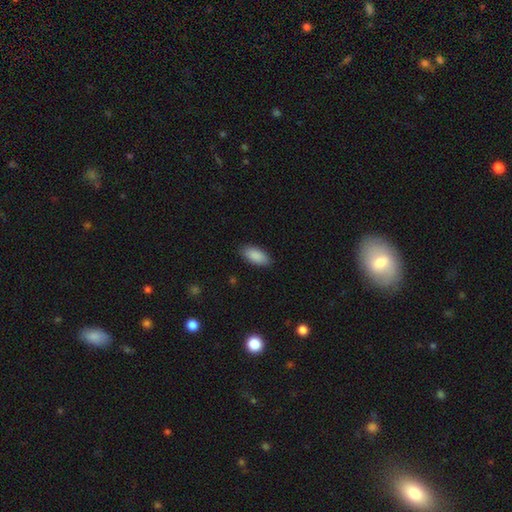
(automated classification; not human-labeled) This appears to be a smooth galaxy with no disk features (89%) that is in between round and cigar-shaped (90%). Merging: none (87%).